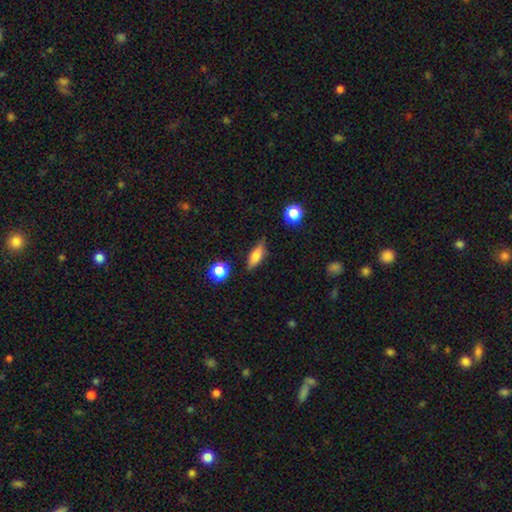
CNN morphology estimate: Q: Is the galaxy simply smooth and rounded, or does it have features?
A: smooth — 69%.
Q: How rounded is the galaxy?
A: in between — 58%.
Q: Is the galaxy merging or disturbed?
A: none — 78%.